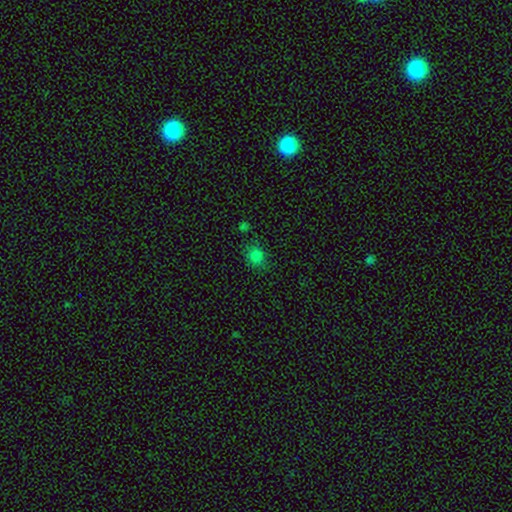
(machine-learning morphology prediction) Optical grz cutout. It shows a smooth galaxy with no disk features (80%) that is round (76%). Merging: none (79%).